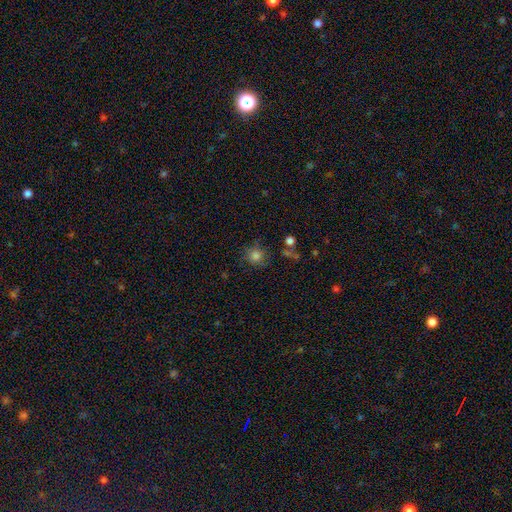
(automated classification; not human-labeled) Overall: smooth (78%). How rounded: round (88%). Merging: none (72%).